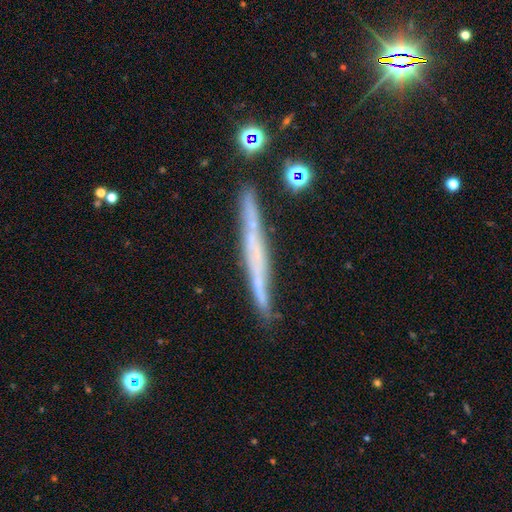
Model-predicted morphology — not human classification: Smooth or featured? featured or disk (61%)
Edge-on disk? yes (96%)
Edge-on bulge? none (81%)
Merging? none (83%)